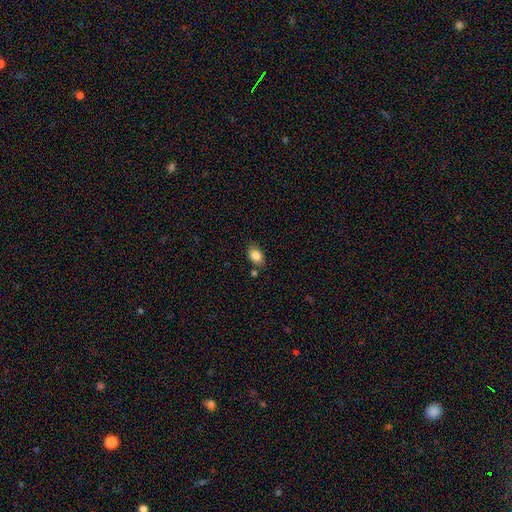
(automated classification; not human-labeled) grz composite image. It shows a smooth galaxy with no disk features (84%) that is in between round and cigar-shaped (78%). Merging: none (75%).